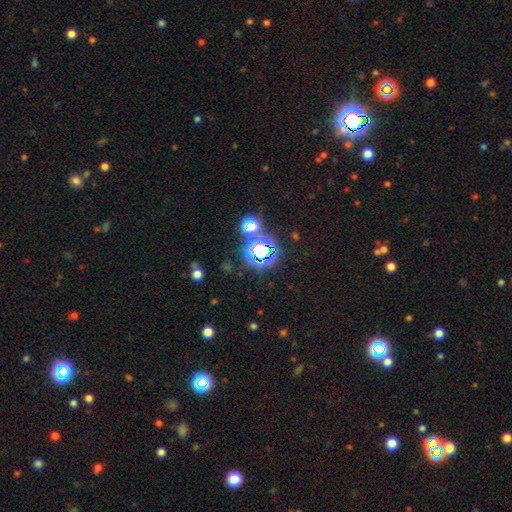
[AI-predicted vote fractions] Smooth or featured: star or artifact — 66% (smooth — 24%)